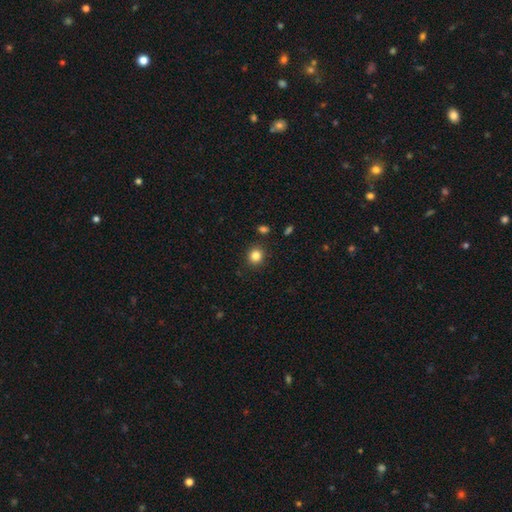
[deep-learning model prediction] The model was most divided on "smooth or featured": smooth: 84%, star or artifact: 12%, featured or disk: 5%. More confident: merging — none (89%); how rounded — round (88%).